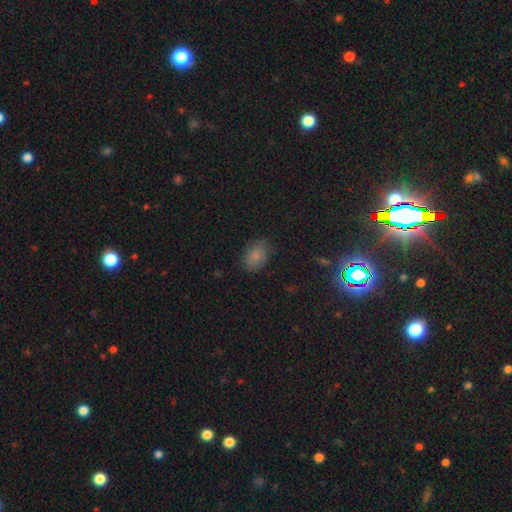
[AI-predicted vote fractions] This appears to be a smooth galaxy with no disk features (81%) that is in between round and cigar-shaped (81%). Merging: none (82%).